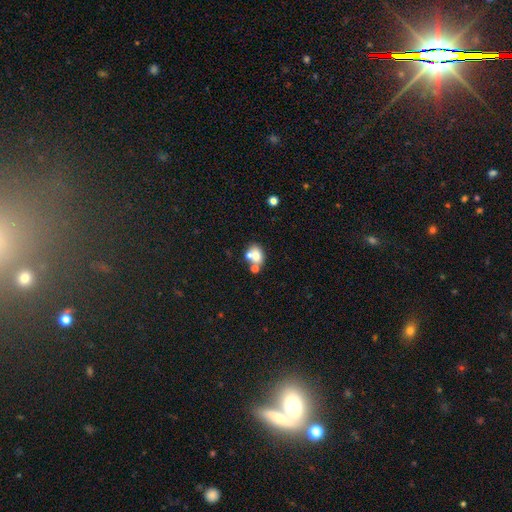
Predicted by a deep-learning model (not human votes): Q: Smooth or featured?
A: smooth (69%); runner-up: featured or disk (20%)
Q: How rounded?
A: in between (63%); runner-up: round (36%)
Q: Merging?
A: none (41%); runner-up: merger (40%)